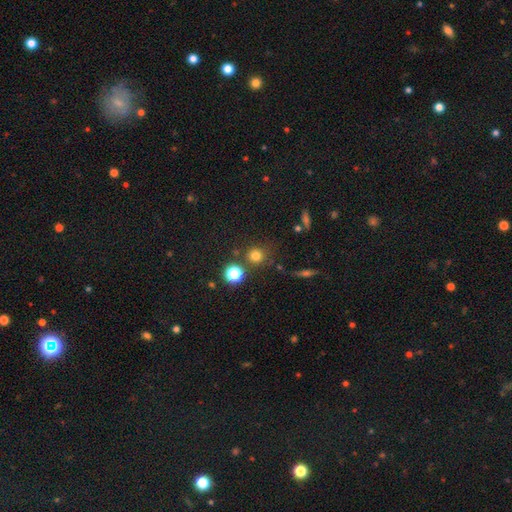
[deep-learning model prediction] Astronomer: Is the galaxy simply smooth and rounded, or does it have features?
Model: smooth — 74%.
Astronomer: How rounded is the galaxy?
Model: round — 91%.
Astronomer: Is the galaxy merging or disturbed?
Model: none — 77%.